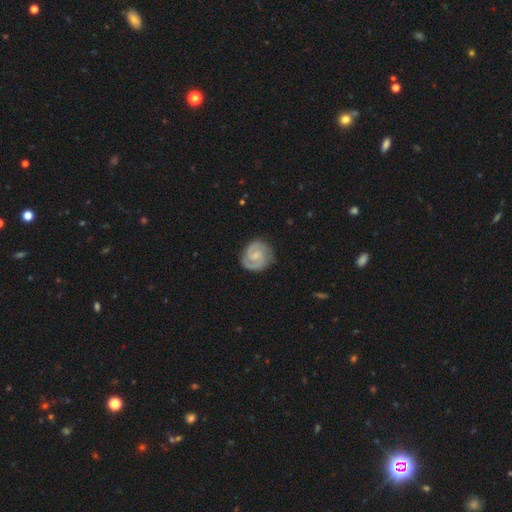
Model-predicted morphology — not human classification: Q: Smooth or featured?
A: featured or disk (87%); runner-up: smooth (9%)
Q: Edge-on disk?
A: no (98%); runner-up: yes (2%)
Q: Bar?
A: no (48%); runner-up: weak (44%)
Q: Spiral arms?
A: yes (98%); runner-up: no (2%)
Q: Spiral winding?
A: tight (53%); runner-up: medium (41%)
Q: Spiral arm count?
A: 2 (88%); runner-up: 3 (4%)
Q: Bulge size?
A: small (59%); runner-up: moderate (25%)
Q: Merging?
A: none (83%); runner-up: minor disturbance (13%)